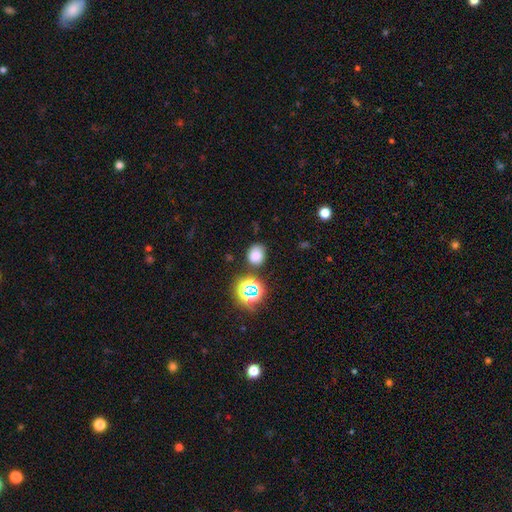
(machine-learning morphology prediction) Smooth or featured? Predicted: smooth (p=0.73). How rounded? Predicted: round (p=0.62). Merging? Predicted: none (p=0.77).